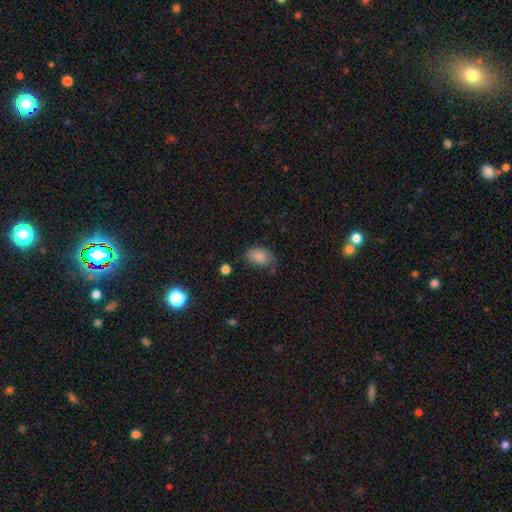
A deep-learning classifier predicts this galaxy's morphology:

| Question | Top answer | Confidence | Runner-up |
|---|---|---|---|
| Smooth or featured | smooth | 77% | star or artifact (15%) |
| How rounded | in between | 82% | round (17%) |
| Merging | none | 64% | minor disturbance (26%) |